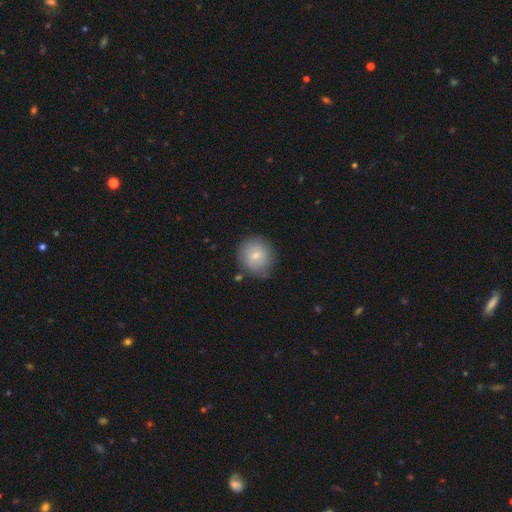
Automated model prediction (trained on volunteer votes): smooth-or-featured: smooth: 78% | featured or disk: 13% | star or artifact: 8%
  how-rounded: round: 89% | in between: 10% | cigar-shaped: 1%
  merging: none: 78% | minor disturbance: 15% | major disturbance: 4% | merger: 3%